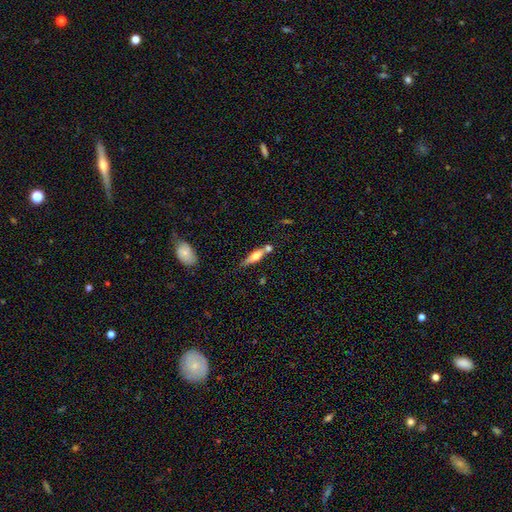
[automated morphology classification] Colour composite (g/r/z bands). It shows a smooth galaxy with no disk features (47%). Merging: none (57%).